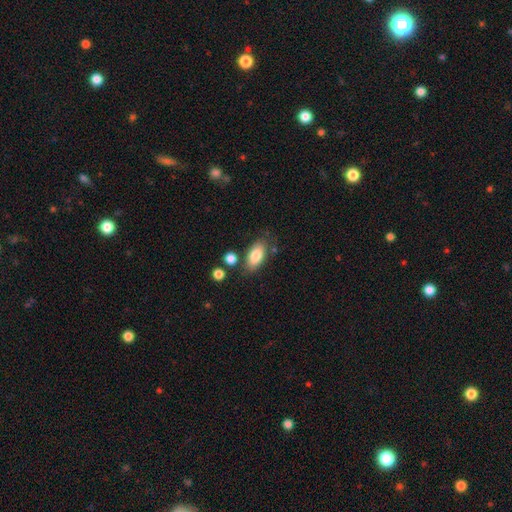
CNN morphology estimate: Smooth or featured? smooth (83%)
How rounded? in between (90%)
Merging? none (74%)